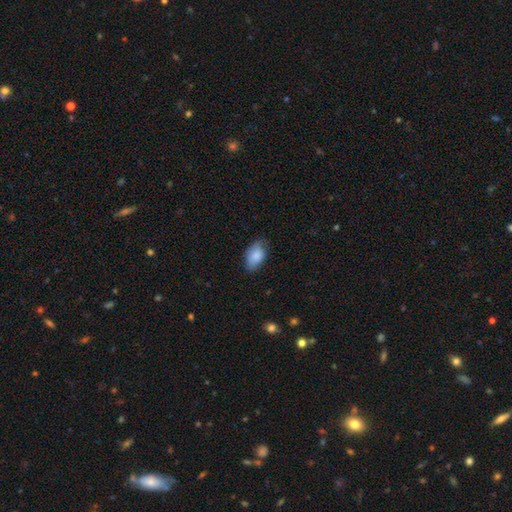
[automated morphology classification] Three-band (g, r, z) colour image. It shows a smooth galaxy with no disk features (85%) that is in between round and cigar-shaped (92%). Merging: none (74%).